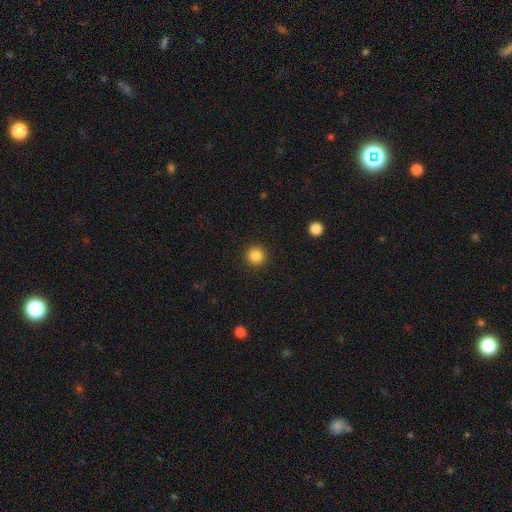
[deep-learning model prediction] Smooth or featured? smooth (86%)
How rounded? round (95%)
Merging? none (92%)